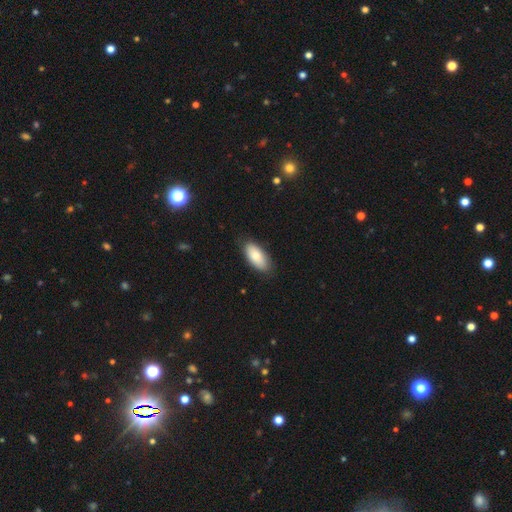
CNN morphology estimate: Smooth or featured? smooth (77%)
How rounded? in between (90%)
Merging? none (84%)